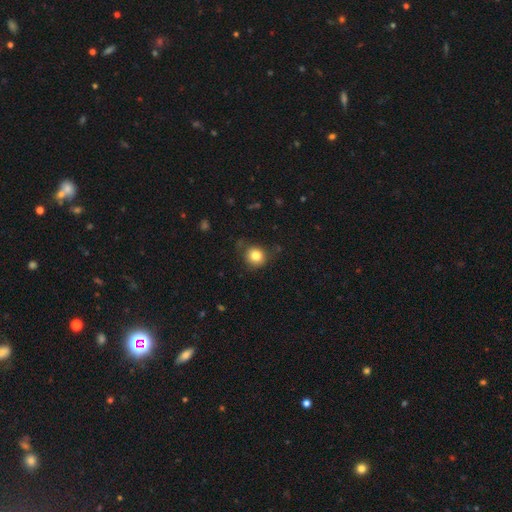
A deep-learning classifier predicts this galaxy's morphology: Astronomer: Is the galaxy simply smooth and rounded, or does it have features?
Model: smooth — 83%.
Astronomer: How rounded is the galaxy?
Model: round — 89%.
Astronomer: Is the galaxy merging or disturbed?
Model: none — 79%.